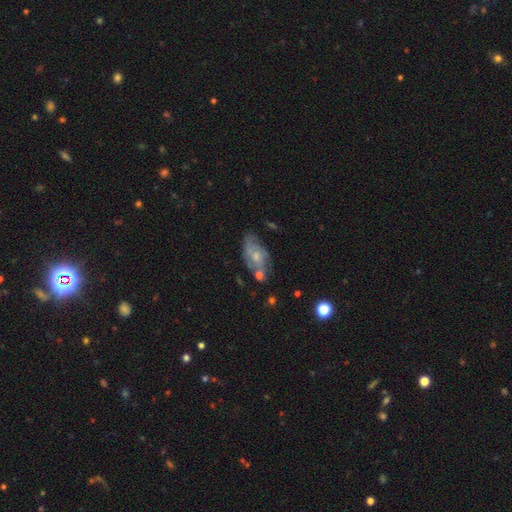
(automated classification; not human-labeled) smooth_or_featured: featured or disk (p=0.58) [alt: smooth p=0.33]
disk_edge_on: no (p=0.93) [alt: yes p=0.07]
bar: no (p=0.75) [alt: weak p=0.22]
has_spiral_arms: yes (p=0.69) [alt: no p=0.31]
bulge_size: small (p=0.49) [alt: moderate p=0.42]
merging: none (p=0.52) [alt: minor disturbance p=0.27]